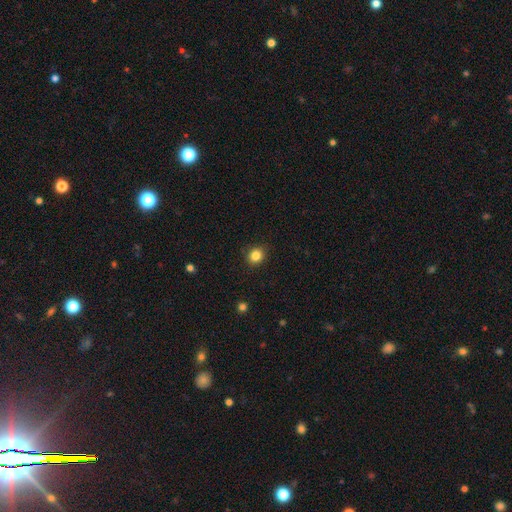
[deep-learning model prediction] Overall: smooth (85%). How rounded: round (79%). Merging: none (89%).